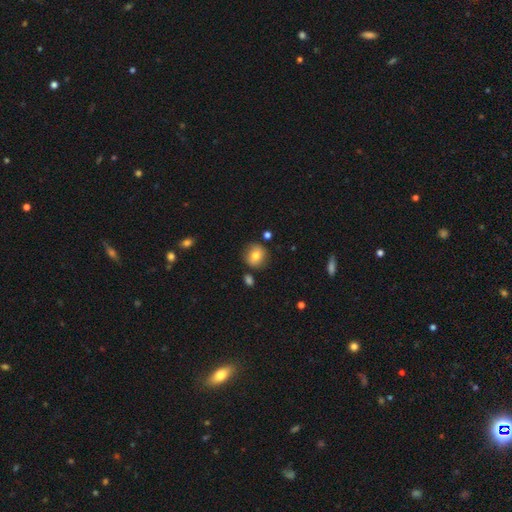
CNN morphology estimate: Smooth or featured: smooth — 76% (featured or disk — 15%)
How rounded: round — 86% (in between — 13%)
Merging: none — 81% (minor disturbance — 12%)